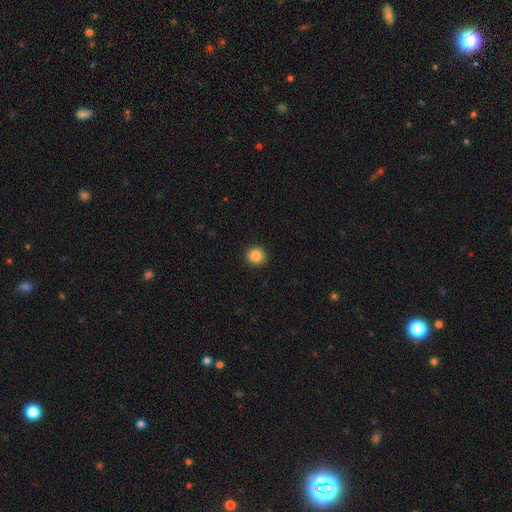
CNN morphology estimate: smooth 87%, star or artifact 10%, featured or disk 3%. Down the decision tree: how rounded — round (92%); merging — none (92%).